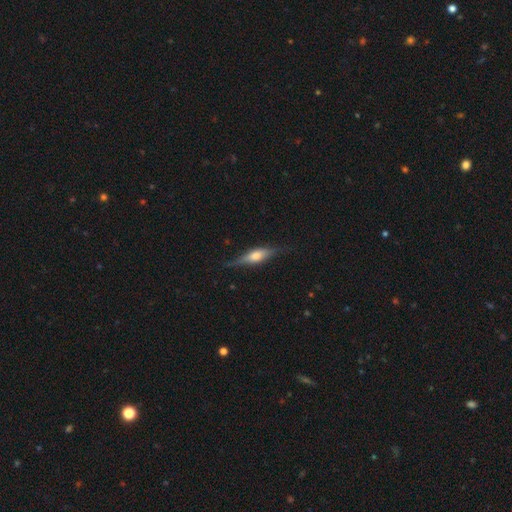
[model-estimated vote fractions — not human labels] Q: Smooth or featured?
A: featured or disk (66%); runner-up: smooth (28%)
Q: Edge-on disk?
A: yes (96%); runner-up: no (4%)
Q: Edge-on bulge?
A: rounded (82%); runner-up: boxy (14%)
Q: Merging?
A: none (81%); runner-up: minor disturbance (14%)